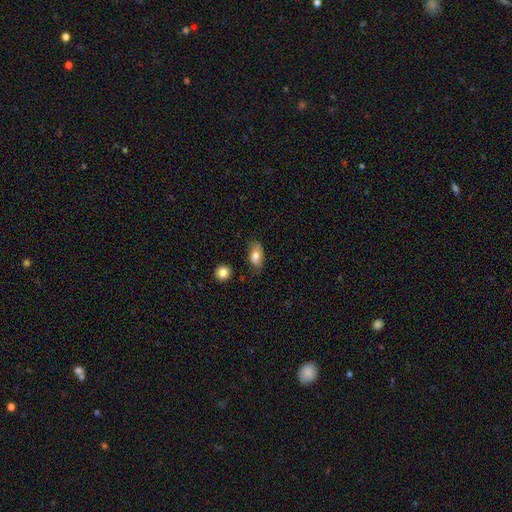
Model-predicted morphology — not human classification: This is likely a smooth galaxy (78%). How rounded: clearly in between (89%). Merging: likely none (75%).